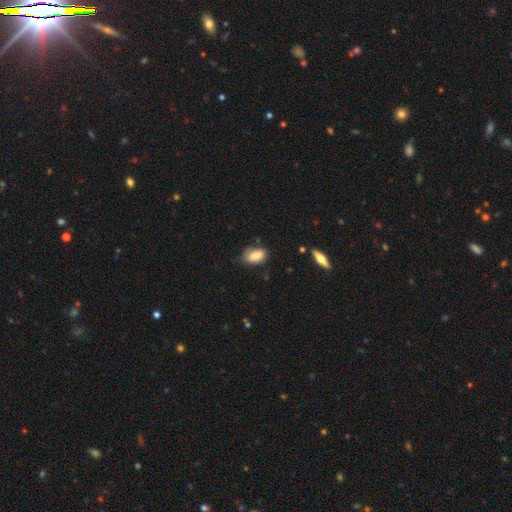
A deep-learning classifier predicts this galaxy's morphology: Overall: smooth (82%). How rounded: in between (89%). Merging: none (70%).